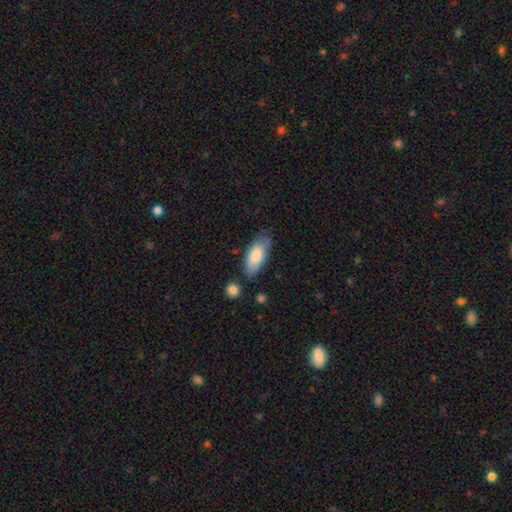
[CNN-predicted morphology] smooth-or-featured: smooth: 80% | featured or disk: 15% | star or artifact: 6%
  how-rounded: in between: 83% | cigar-shaped: 15% | round: 2%
  merging: none: 69% | minor disturbance: 22% | merger: 5% | major disturbance: 5%